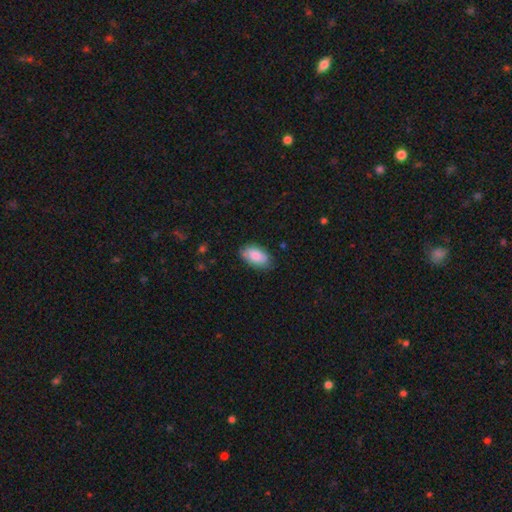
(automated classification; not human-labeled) Smooth or featured: smooth — 85% (featured or disk — 8%)
How rounded: in between — 94% (round — 4%)
Merging: none — 79% (minor disturbance — 17%)